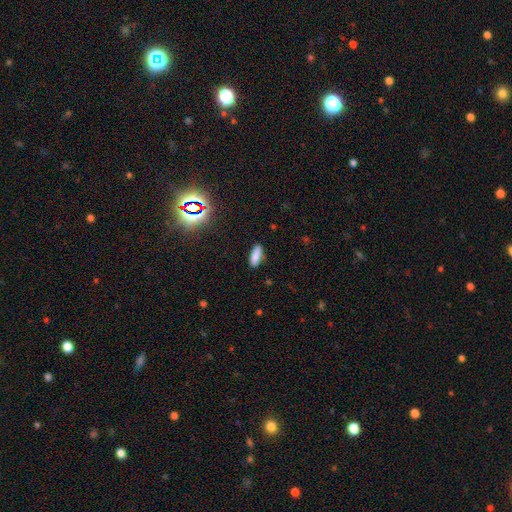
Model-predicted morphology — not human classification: Q: Smooth or featured?
A: smooth (82%); runner-up: star or artifact (11%)
Q: How rounded?
A: in between (59%); runner-up: cigar-shaped (38%)
Q: Merging?
A: none (85%); runner-up: minor disturbance (11%)